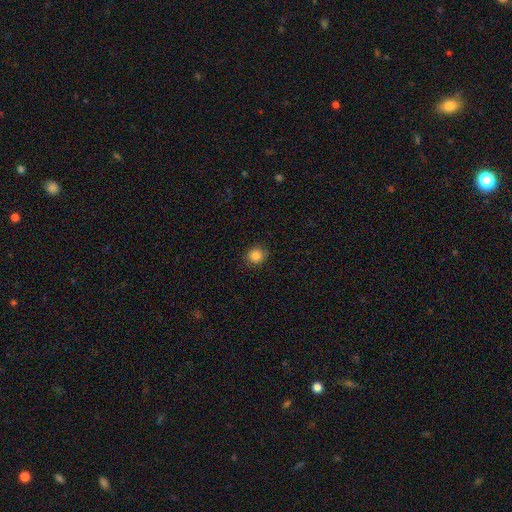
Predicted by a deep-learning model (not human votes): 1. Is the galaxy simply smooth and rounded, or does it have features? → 85% smooth, 11% star or artifact, 4% featured or disk.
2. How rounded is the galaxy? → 88% round, 11% in between, 1% cigar-shaped.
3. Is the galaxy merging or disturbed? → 88% none, 8% minor disturbance, 2% major disturbance, 1% merger.